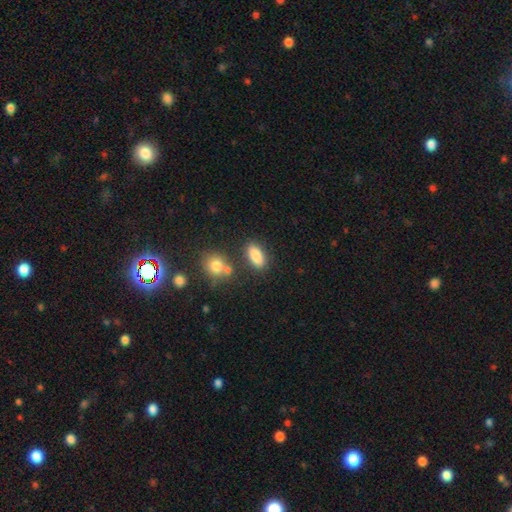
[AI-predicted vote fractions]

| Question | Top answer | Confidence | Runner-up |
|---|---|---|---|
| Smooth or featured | smooth | 86% | star or artifact (8%) |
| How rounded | in between | 84% | cigar-shaped (12%) |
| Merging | none | 78% | minor disturbance (11%) |